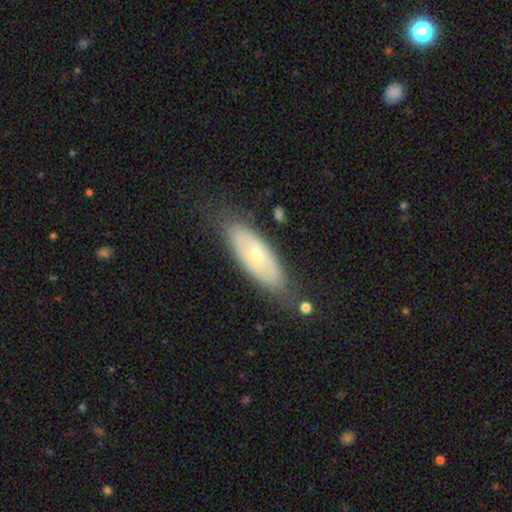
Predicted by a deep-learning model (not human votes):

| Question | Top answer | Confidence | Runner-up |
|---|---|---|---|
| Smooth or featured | featured or disk | 50% | smooth (44%) |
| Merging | none | 73% | minor disturbance (18%) |